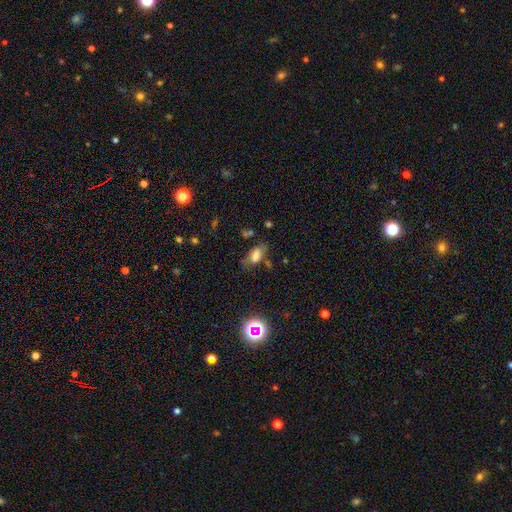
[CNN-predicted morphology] Overall: smooth (61%; featured or disk 24%). How rounded: in between (86%). Merging: none (56%; minor disturbance 25%).